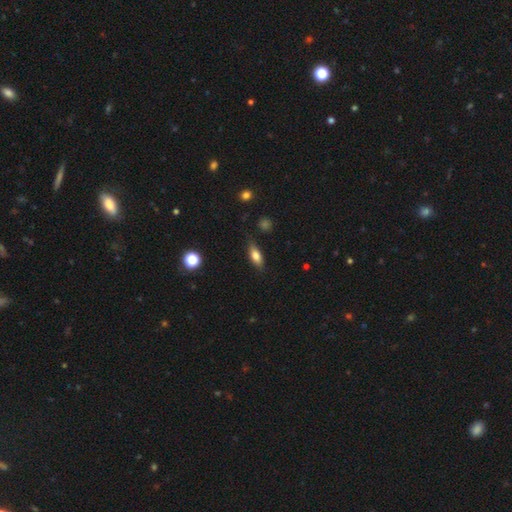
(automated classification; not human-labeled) This appears to be a smooth galaxy with no disk features (75%) that is in between round and cigar-shaped (71%). Merging: none (78%).